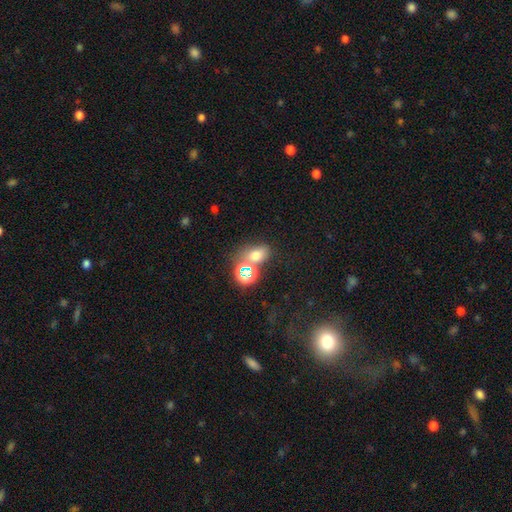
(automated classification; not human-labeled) Smooth or featured? Predicted: smooth (p=0.55). How rounded? Predicted: in between (p=0.53). Merging? Predicted: merger (p=0.43).